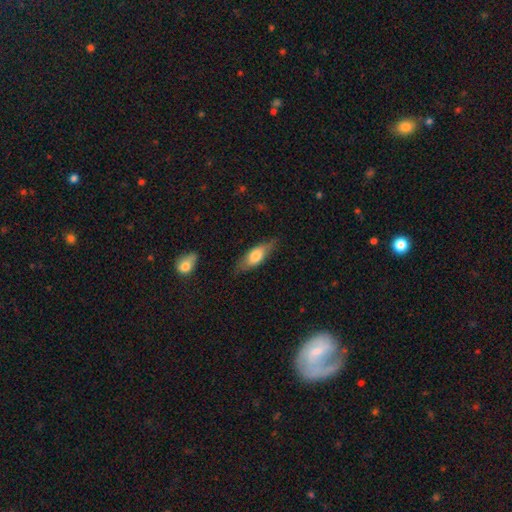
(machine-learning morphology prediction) This is likely a smooth galaxy (65%). How rounded: likely in between (66%). Merging: likely none (73%).